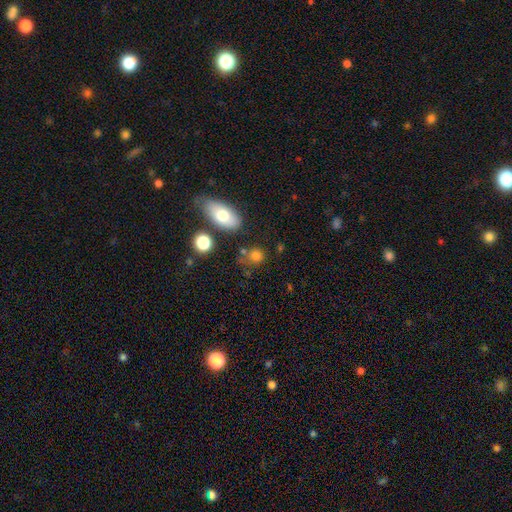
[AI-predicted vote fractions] smooth_or_featured: smooth (p=0.78) [alt: star or artifact p=0.13]
how_rounded: round (p=0.71) [alt: in between p=0.27]
merging: none (p=0.64) [alt: minor disturbance p=0.15]